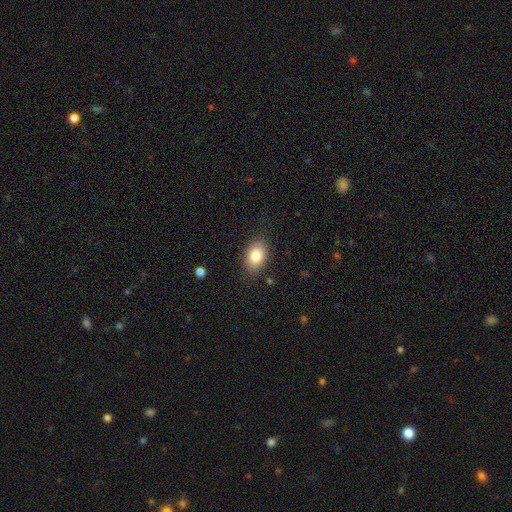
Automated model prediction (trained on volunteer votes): smooth-or-featured: smooth: 82% | featured or disk: 10% | star or artifact: 8%
  how-rounded: in between: 85% | round: 14% | cigar-shaped: 1%
  merging: none: 83% | minor disturbance: 12% | major disturbance: 3% | merger: 1%